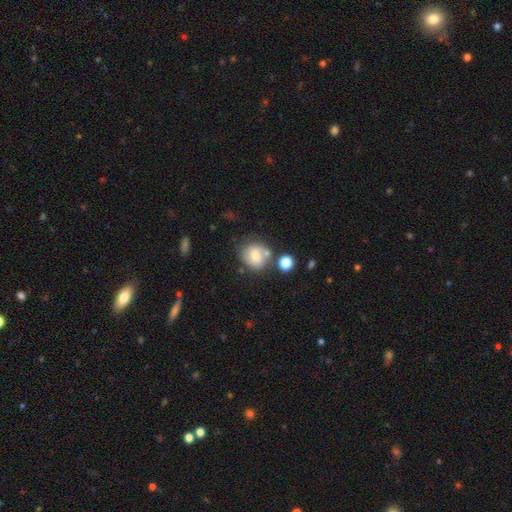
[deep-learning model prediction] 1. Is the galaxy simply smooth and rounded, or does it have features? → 64% smooth, 26% featured or disk, 10% star or artifact.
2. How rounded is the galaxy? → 70% round, 29% in between, 1% cigar-shaped.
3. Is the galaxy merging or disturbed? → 53% none, 22% merger, 18% minor disturbance, 7% major disturbance.